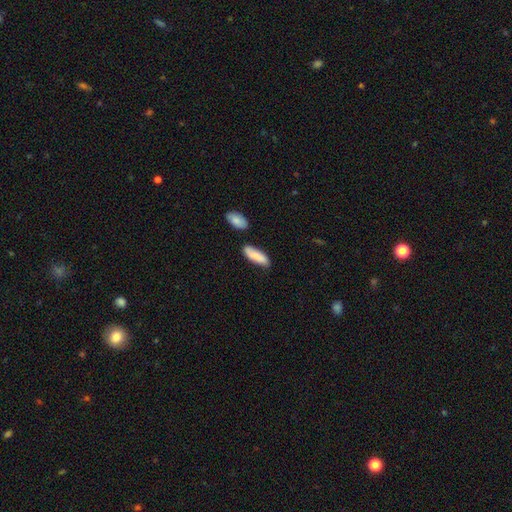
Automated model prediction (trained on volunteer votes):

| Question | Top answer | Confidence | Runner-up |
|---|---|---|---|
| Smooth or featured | smooth | 84% | featured or disk (10%) |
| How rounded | in between | 59% | cigar-shaped (39%) |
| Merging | none | 74% | minor disturbance (15%) |